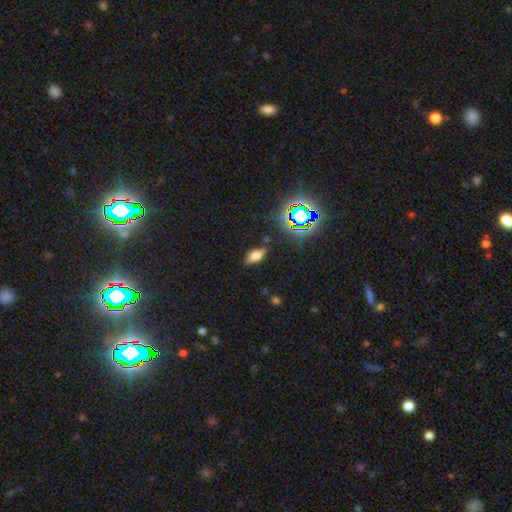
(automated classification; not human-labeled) Morphology: type=smooth (58%); roundness=in between (77%); merging=none (83%).